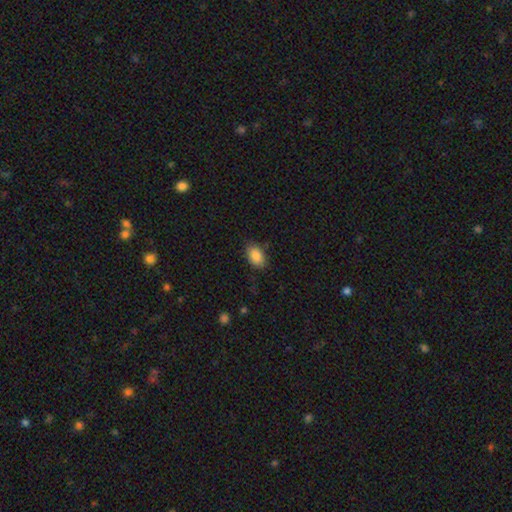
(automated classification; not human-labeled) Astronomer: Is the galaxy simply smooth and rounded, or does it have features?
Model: smooth — 88%.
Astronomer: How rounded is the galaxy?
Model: in between — 89%.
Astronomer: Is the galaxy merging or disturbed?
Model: none — 82%.